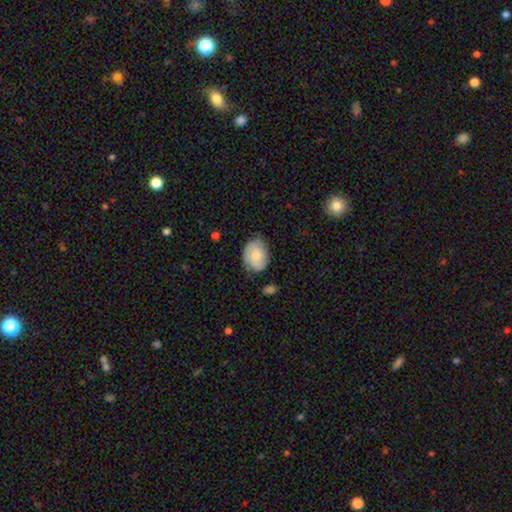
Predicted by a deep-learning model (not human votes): Smooth or featured? smooth (72%)
How rounded? in between (64%)
Merging? none (69%)